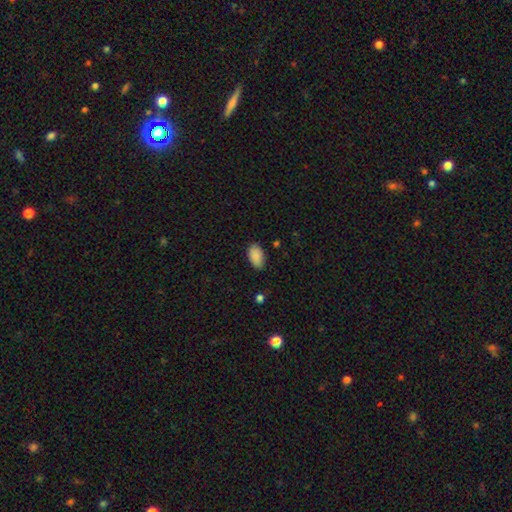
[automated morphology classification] A smooth galaxy with no disk features (89%) that is in between round and cigar-shaped (94%). Merging: none (82%).